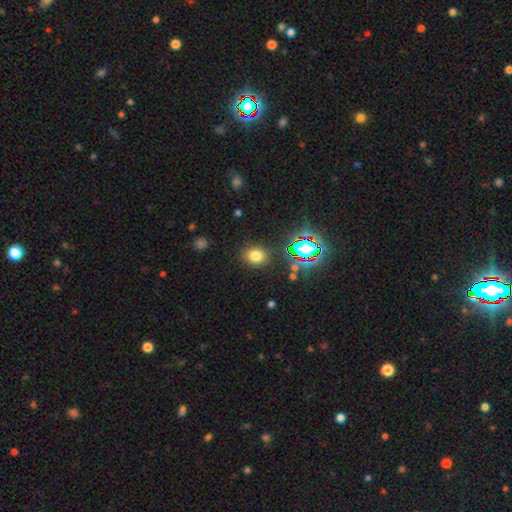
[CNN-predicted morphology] Smooth or featured? Predicted: smooth (p=0.72). How rounded? Predicted: round (p=0.52). Merging? Predicted: none (p=0.84).